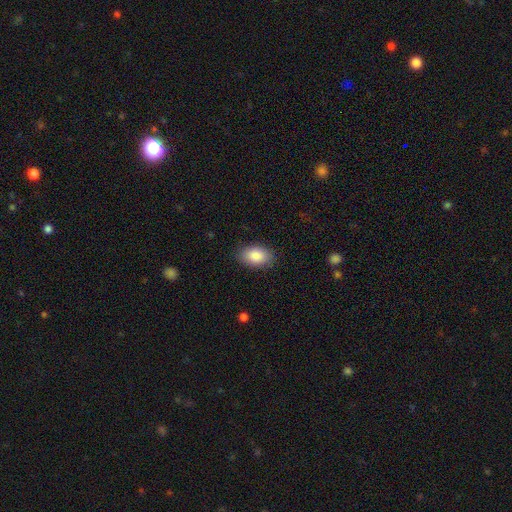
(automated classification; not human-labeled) A smooth galaxy with no disk features (88%) that is in between round and cigar-shaped (90%). Merging: none (86%).